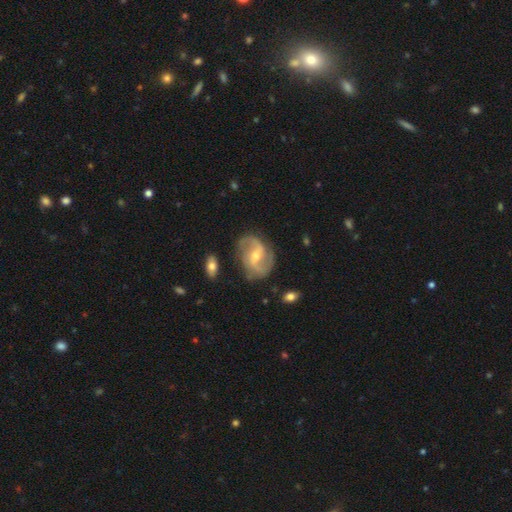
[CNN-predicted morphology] Q: Smooth or featured?
A: featured or disk (86%); runner-up: smooth (9%)
Q: Edge-on disk?
A: no (97%); runner-up: yes (3%)
Q: Bar?
A: weak (49%); runner-up: no (28%)
Q: Spiral arms?
A: yes (95%); runner-up: no (5%)
Q: Spiral winding?
A: medium (46%); runner-up: loose (39%)
Q: Spiral arm count?
A: 2 (89%); runner-up: can't tell (4%)
Q: Bulge size?
A: small (53%); runner-up: moderate (43%)
Q: Merging?
A: none (76%); runner-up: minor disturbance (16%)